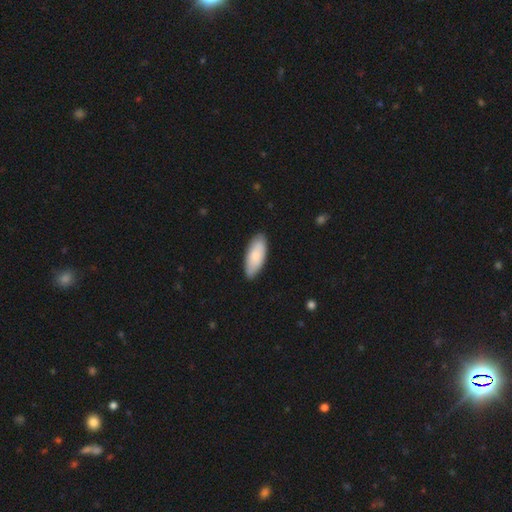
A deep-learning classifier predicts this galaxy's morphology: Smooth or featured? Predicted: smooth (p=0.82). How rounded? Predicted: in between (p=0.82). Merging? Predicted: none (p=0.86).